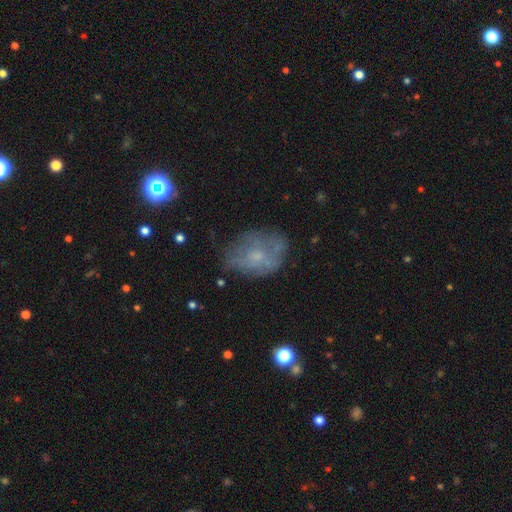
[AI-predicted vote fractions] Smooth or featured? Predicted: smooth (p=0.45). Merging? Predicted: none (p=0.57).